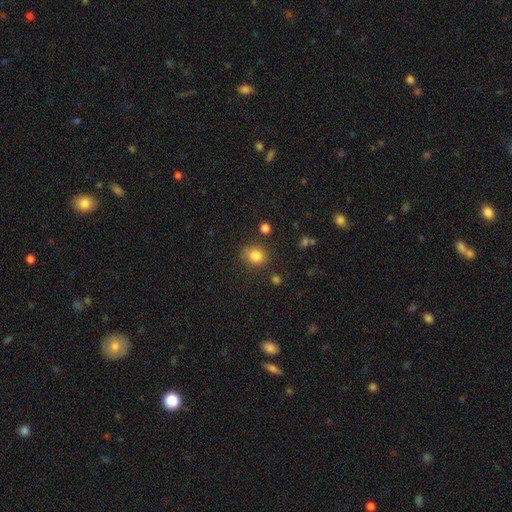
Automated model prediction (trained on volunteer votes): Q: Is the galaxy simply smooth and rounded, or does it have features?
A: smooth — 84%.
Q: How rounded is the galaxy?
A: round — 66%.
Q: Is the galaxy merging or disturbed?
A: none — 75%.